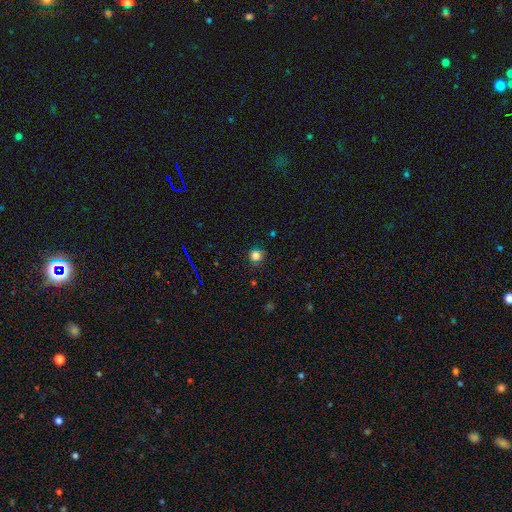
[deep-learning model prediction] smooth-or-featured: smooth: 78% | star or artifact: 17% | featured or disk: 5%
  how-rounded: round: 92% | in between: 7% | cigar-shaped: 1%
  merging: none: 84% | minor disturbance: 11% | major disturbance: 3% | merger: 1%